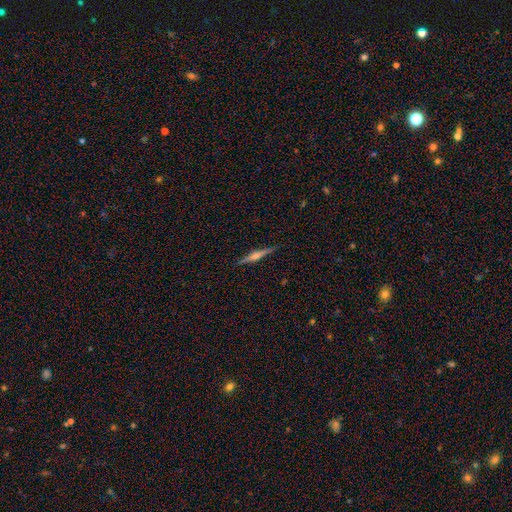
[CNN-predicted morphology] The model was most divided on "smooth or featured": featured or disk: 77%, smooth: 17%, star or artifact: 6%. More confident: edge-on disk — yes (98%); merging — none (92%); edge-on bulge — rounded (84%).